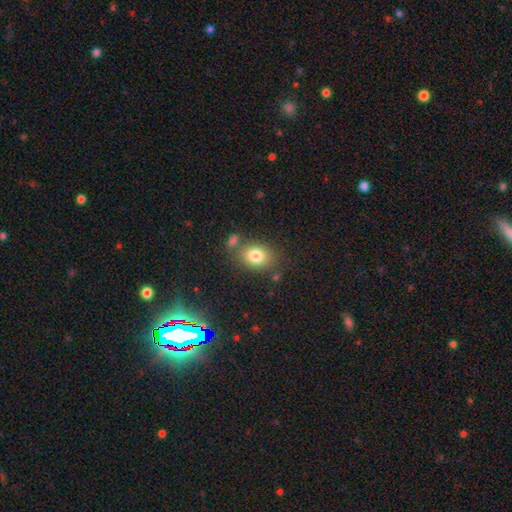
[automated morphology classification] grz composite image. It shows a smooth galaxy with no disk features (79%) that is in between round and cigar-shaped (63%). Merging: none (71%).